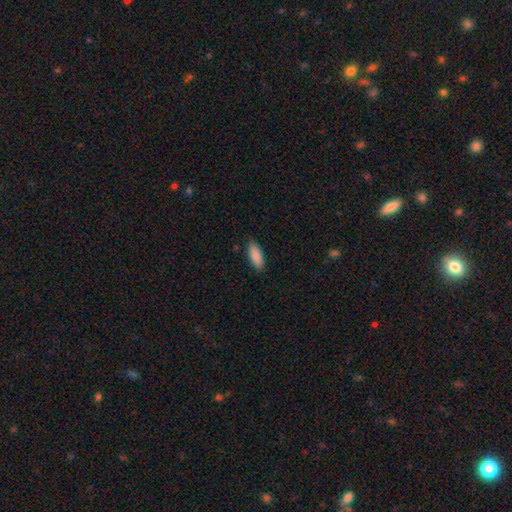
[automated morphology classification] Q: Smooth or featured?
A: smooth (89%); runner-up: star or artifact (6%)
Q: How rounded?
A: in between (72%); runner-up: cigar-shaped (26%)
Q: Merging?
A: none (88%); runner-up: minor disturbance (9%)